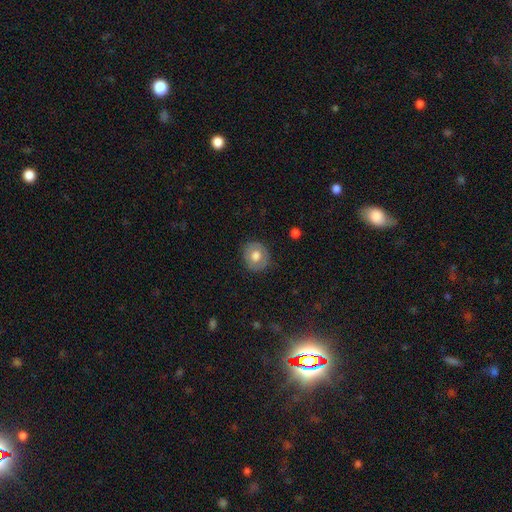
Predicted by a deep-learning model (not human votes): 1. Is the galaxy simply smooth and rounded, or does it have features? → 64% smooth, 28% featured or disk, 8% star or artifact.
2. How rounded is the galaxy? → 78% round, 21% in between, 1% cigar-shaped.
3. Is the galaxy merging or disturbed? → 81% none, 14% minor disturbance, 4% major disturbance, 1% merger.